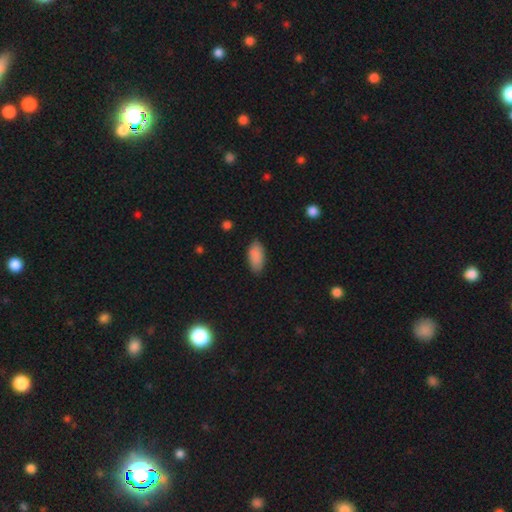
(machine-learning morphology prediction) A smooth galaxy with no disk features (89%) that is in between round and cigar-shaped (91%).

Vote fractions:
- Smooth or featured? smooth: 89% / star or artifact: 7% / featured or disk: 4%
- How rounded? in between: 91% / cigar-shaped: 7% / round: 2%
- Merging? none: 82% / minor disturbance: 14% / major disturbance: 3% / merger: 1%